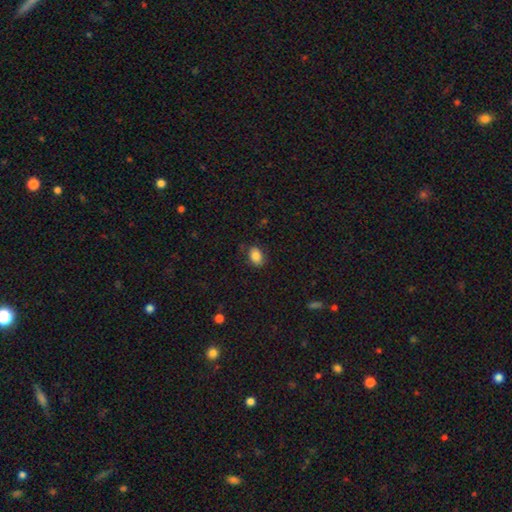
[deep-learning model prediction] Q: Smooth or featured?
A: smooth (84%); runner-up: star or artifact (9%)
Q: How rounded?
A: in between (78%); runner-up: round (21%)
Q: Merging?
A: none (80%); runner-up: minor disturbance (15%)